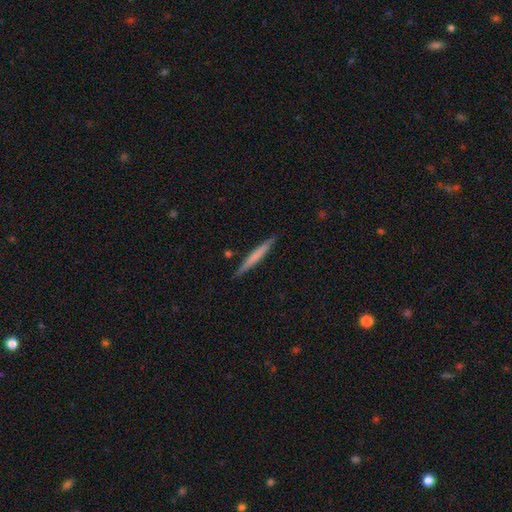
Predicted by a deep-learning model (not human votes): Smooth or featured? smooth (59%)
How rounded? cigar-shaped (96%)
Merging? none (89%)